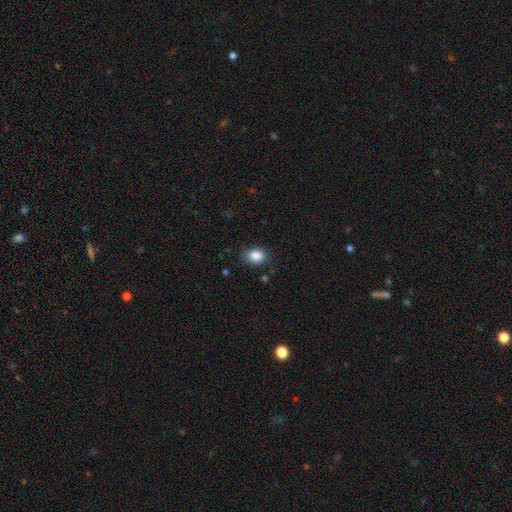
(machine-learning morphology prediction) This is clearly a smooth galaxy (86%). How rounded: possibly in between (58%). Merging: likely none (76%).